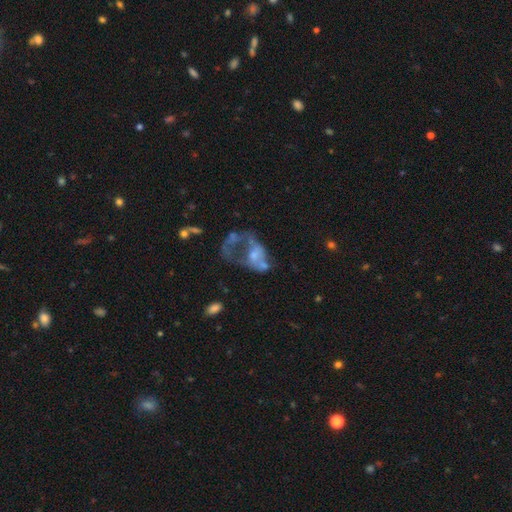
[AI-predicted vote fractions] This is possibly a featured or disk galaxy (54%). It is clearly not viewed edge-on (97%). Bar: clearly no (84%). Spiral arm pattern: clearly no (83%). Central bulge: marginally small (33%). Merging: marginally major disturbance (45%).